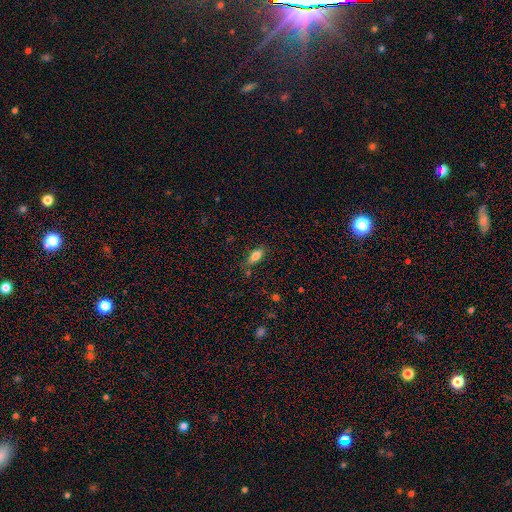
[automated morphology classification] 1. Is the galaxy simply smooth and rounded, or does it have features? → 81% smooth, 10% featured or disk, 9% star or artifact.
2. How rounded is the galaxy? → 81% in between, 16% cigar-shaped, 3% round.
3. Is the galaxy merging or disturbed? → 76% none, 17% minor disturbance, 4% major disturbance, 4% merger.